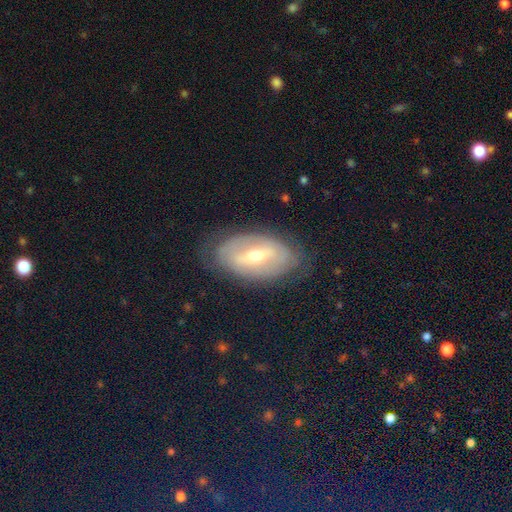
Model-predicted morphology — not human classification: Smooth or featured?
  - featured or disk: 70% *
  - smooth: 22%
  - star or artifact: 8%
Edge-on disk?
  - no: 89% *
  - yes: 11%
Bar?
  - strong: 46% *
  - weak: 38%
  - no: 16%
Spiral arms?
  - yes: 55% *
  - no: 45%
Bulge size?
  - moderate: 65% *
  - small: 29%
  - large: 4%
  - none: 1%
  - dominant: 1%
Merging?
  - none: 77% *
  - minor disturbance: 16%
  - major disturbance: 6%
  - merger: 1%